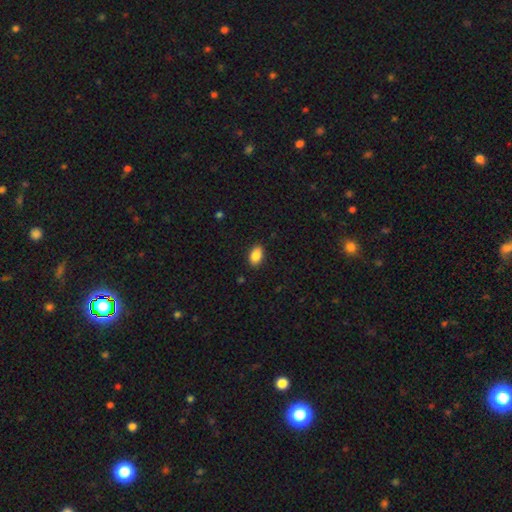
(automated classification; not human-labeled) The model was most divided on "merging": none: 88%, minor disturbance: 9%, major disturbance: 2%, merger: 1%. More confident: how rounded — in between (89%); smooth or featured — smooth (86%).